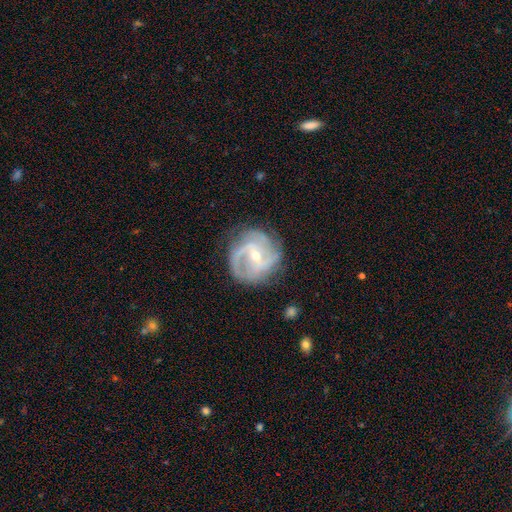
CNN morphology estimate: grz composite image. It shows a featured or disk galaxy (86%) with a weak bar (45%), 2 (42%) medium (45%) spiral arms (95%) and a small central bulge (60%). Merging: none (72%).